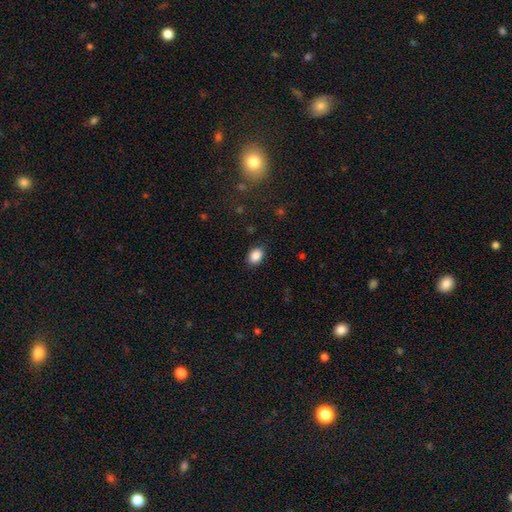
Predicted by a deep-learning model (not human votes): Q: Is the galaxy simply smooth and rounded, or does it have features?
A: smooth — 88%.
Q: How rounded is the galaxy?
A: in between — 74%.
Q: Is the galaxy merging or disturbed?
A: none — 85%.